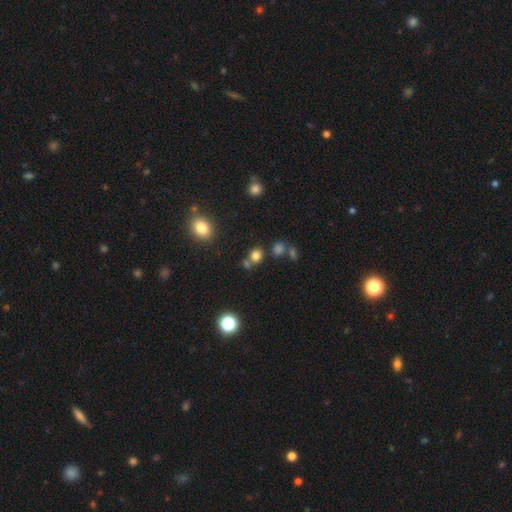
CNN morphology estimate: This is likely a smooth galaxy (76%). How rounded: likely round (77%). Merging: likely none (63%).